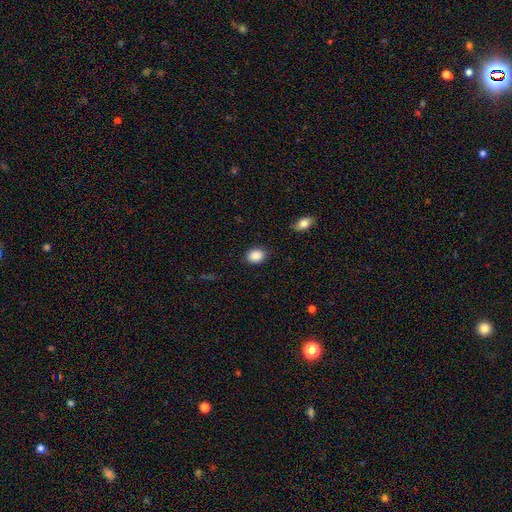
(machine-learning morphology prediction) type=smooth (89%); roundness=in between (62%); merging=none (86%).